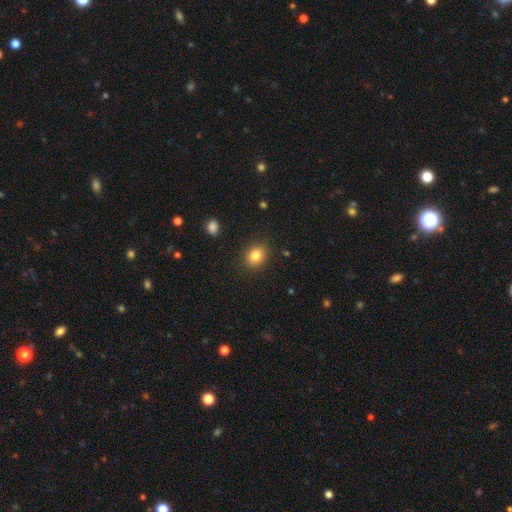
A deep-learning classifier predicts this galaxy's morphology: type=smooth (83%); roundness=round (52%); merging=none (88%).